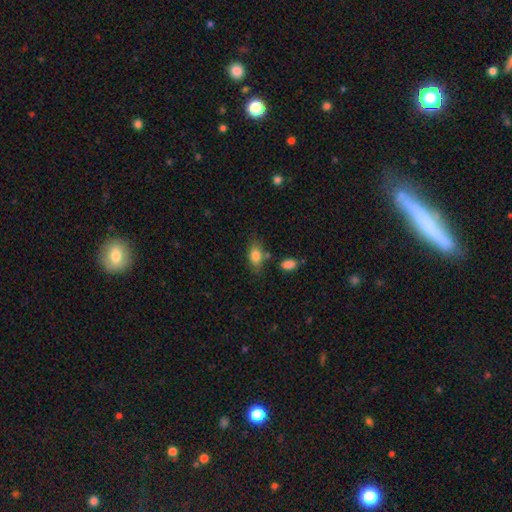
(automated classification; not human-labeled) Smooth or featured: smooth — 80% (featured or disk — 12%)
How rounded: in between — 85% (round — 8%)
Merging: none — 67% (minor disturbance — 18%)